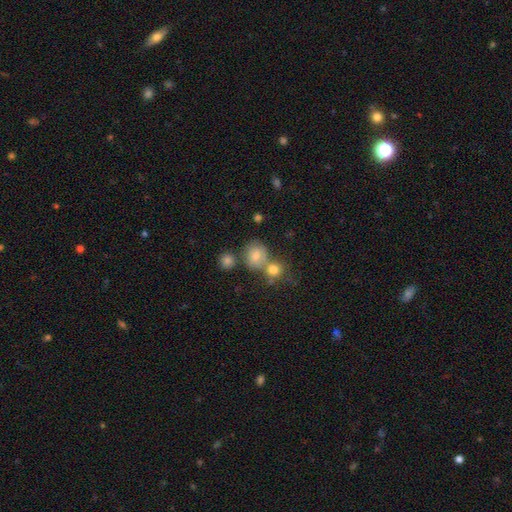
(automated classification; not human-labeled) Smooth or featured?
  - smooth: 73% *
  - featured or disk: 16%
  - star or artifact: 11%
How rounded?
  - round: 72% *
  - in between: 27%
  - cigar-shaped: 1%
Merging?
  - none: 50% *
  - merger: 32%
  - minor disturbance: 13%
  - major disturbance: 5%